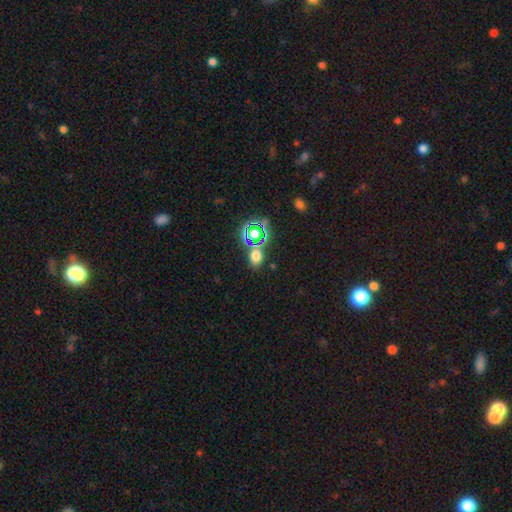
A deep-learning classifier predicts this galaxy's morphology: This appears to be a smooth galaxy with no disk features (64%) that is in between round and cigar-shaped (54%). Merging: none (74%).